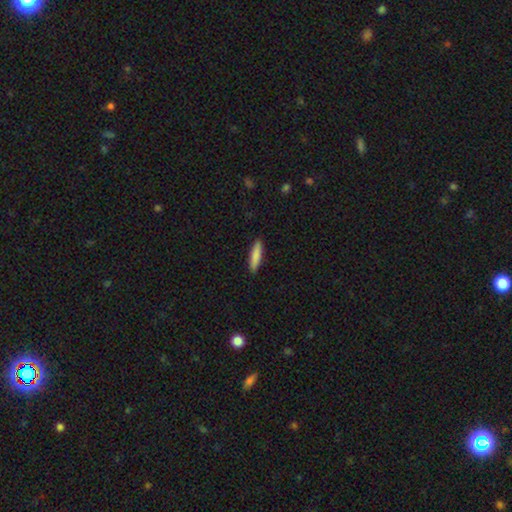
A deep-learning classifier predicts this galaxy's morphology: type=smooth (86%); roundness=cigar-shaped (80%); merging=none (90%).